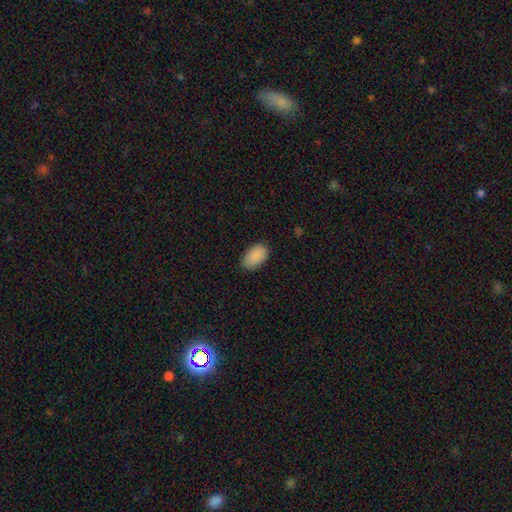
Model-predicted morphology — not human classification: Smooth or featured?
  - smooth: 90% *
  - star or artifact: 7%
  - featured or disk: 3%
How rounded?
  - in between: 93% *
  - round: 6%
  - cigar-shaped: 1%
Merging?
  - none: 83% *
  - minor disturbance: 13%
  - major disturbance: 3%
  - merger: 1%